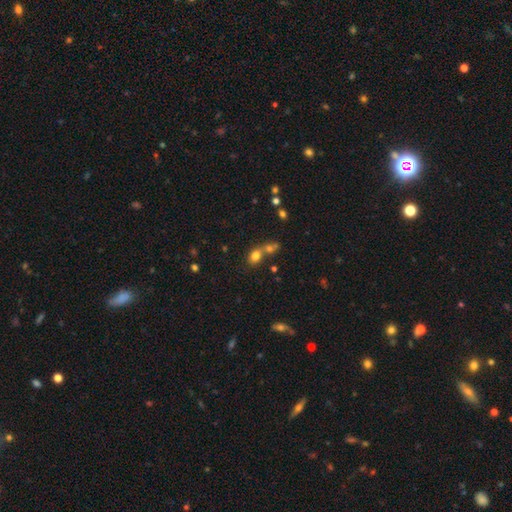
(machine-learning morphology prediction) type=smooth (75%); roundness=in between (55%); merging=merger (49%).